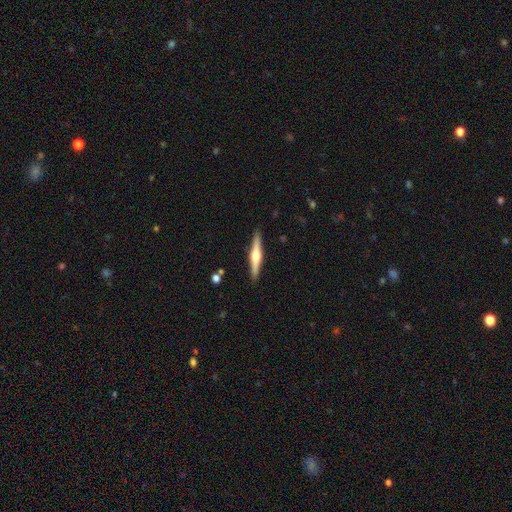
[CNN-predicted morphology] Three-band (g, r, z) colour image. It shows a featured or disk galaxy (66%) viewed edge-on (98%) with a rounded central bulge (86%). Merging: none (90%).